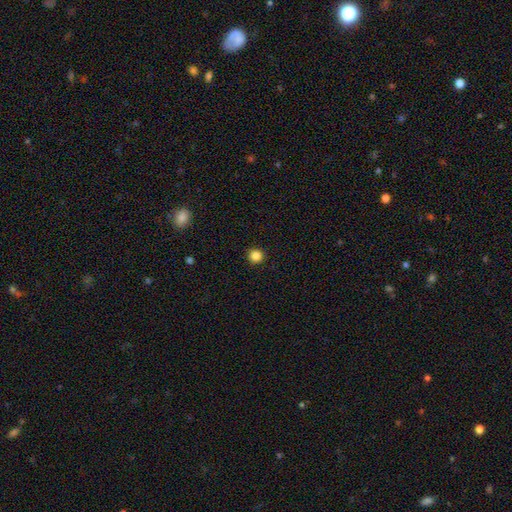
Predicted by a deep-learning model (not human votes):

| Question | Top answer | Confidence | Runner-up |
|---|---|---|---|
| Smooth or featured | smooth | 85% | star or artifact (11%) |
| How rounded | round | 95% | in between (4%) |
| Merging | none | 93% | minor disturbance (4%) |